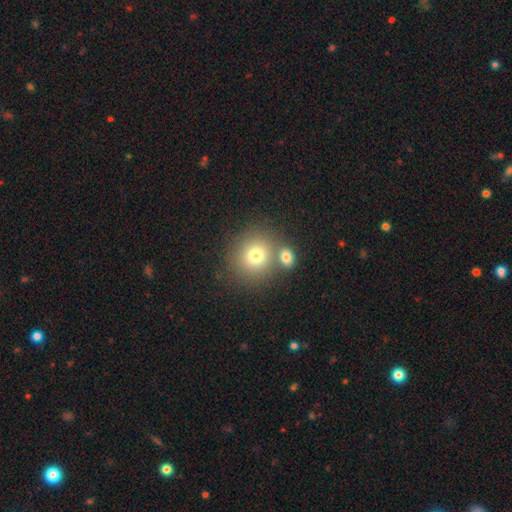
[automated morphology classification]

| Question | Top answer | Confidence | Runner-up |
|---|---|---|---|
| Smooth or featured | smooth | 75% | star or artifact (13%) |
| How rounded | round | 87% | in between (12%) |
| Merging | none | 63% | merger (25%) |